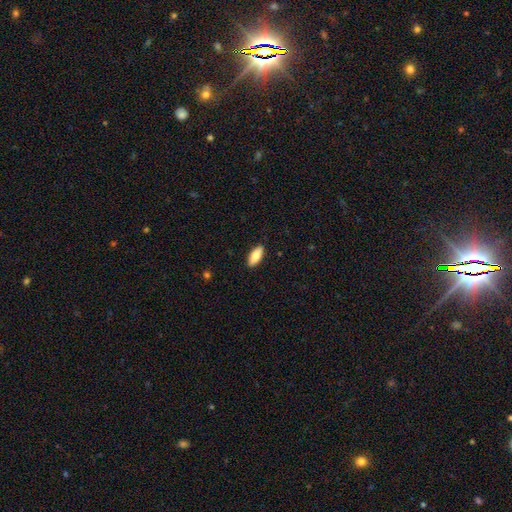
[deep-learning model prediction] This appears to be a smooth galaxy with no disk features (78%) that is in between round and cigar-shaped (82%). Merging: none (90%).